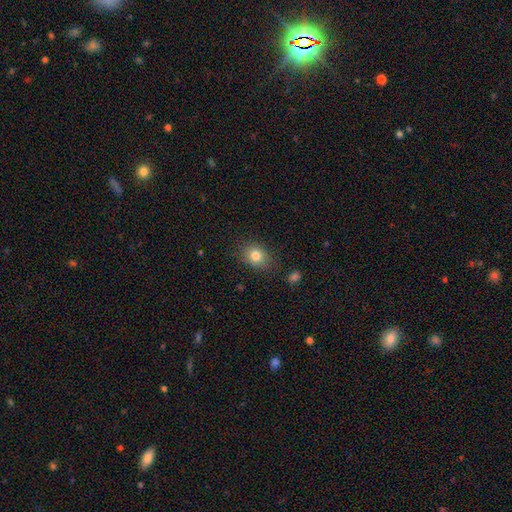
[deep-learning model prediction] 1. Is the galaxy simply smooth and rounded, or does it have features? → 80% smooth, 11% star or artifact, 9% featured or disk.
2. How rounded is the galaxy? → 50% in between, 49% round, 1% cigar-shaped.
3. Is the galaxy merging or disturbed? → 82% none, 13% minor disturbance, 3% major disturbance, 2% merger.